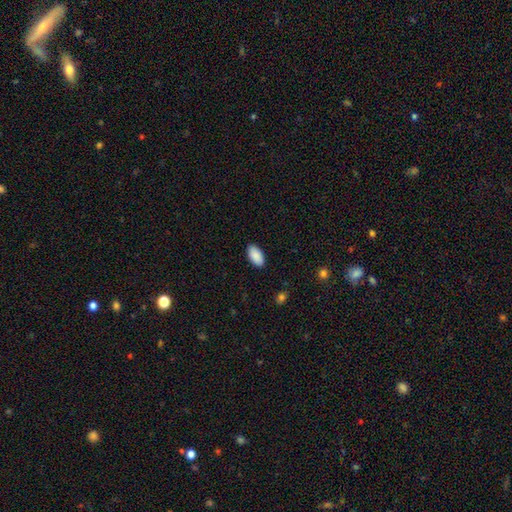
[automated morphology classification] smooth-or-featured: smooth: 90% | star or artifact: 6% | featured or disk: 4%
  how-rounded: in between: 95% | cigar-shaped: 3% | round: 2%
  merging: none: 89% | minor disturbance: 8% | major disturbance: 2% | merger: 1%